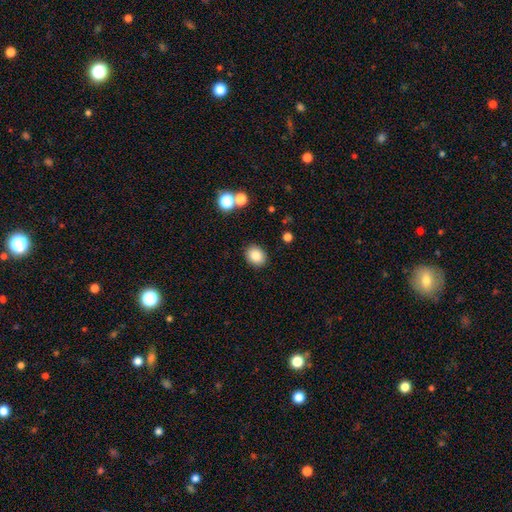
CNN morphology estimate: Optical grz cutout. It shows a smooth galaxy with no disk features (85%) that is round (50%). Merging: none (88%).